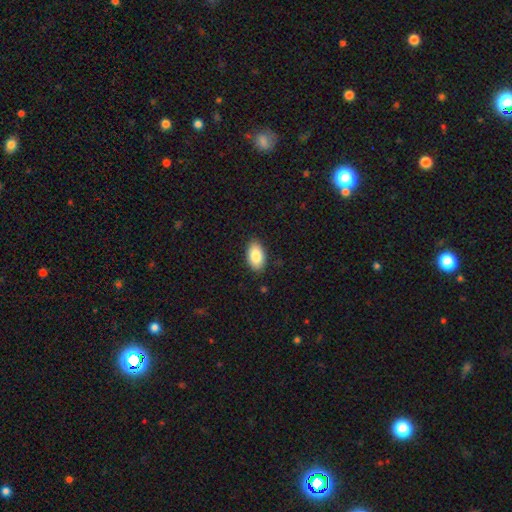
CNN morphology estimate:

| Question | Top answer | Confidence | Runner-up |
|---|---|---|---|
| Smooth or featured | smooth | 85% | featured or disk (8%) |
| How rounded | in between | 94% | round (4%) |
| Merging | none | 87% | minor disturbance (10%) |